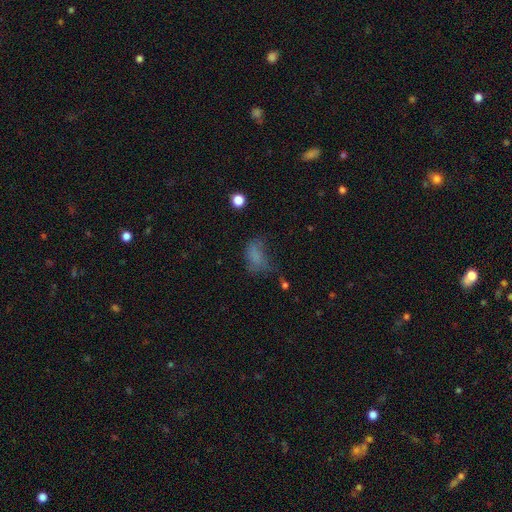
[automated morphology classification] A smooth galaxy with no disk features (66%) that is in between round and cigar-shaped (84%).

Vote fractions:
- Smooth or featured? smooth: 66% / star or artifact: 18% / featured or disk: 16%
- How rounded? in between: 84% / round: 13% / cigar-shaped: 3%
- Merging? none: 34% / major disturbance: 33% / minor disturbance: 28% / merger: 4%